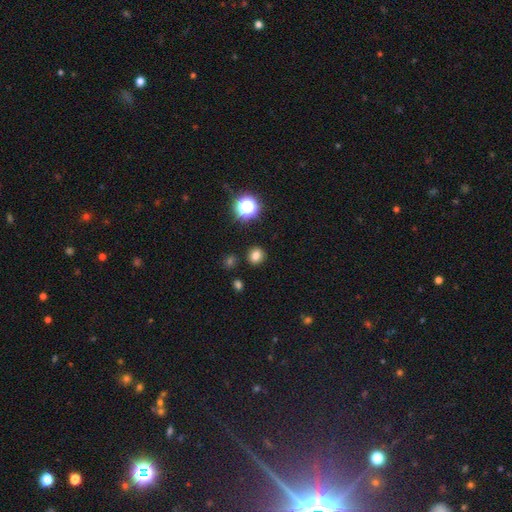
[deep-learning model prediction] This is likely a smooth galaxy (77%). How rounded: likely round (75%). Merging: clearly none (88%).